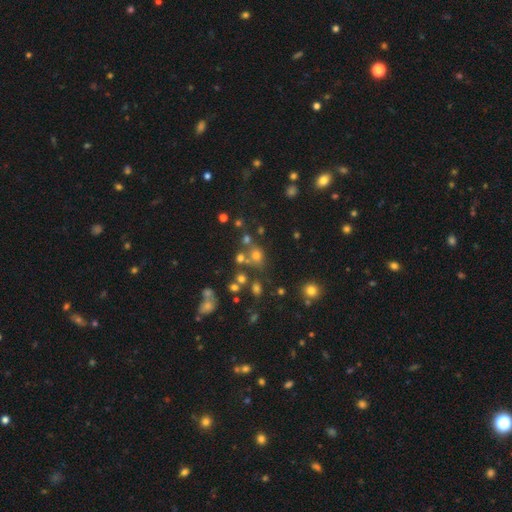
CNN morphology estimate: Q: Smooth or featured?
A: smooth (56%); runner-up: star or artifact (30%)
Q: How rounded?
A: round (78%); runner-up: in between (21%)
Q: Merging?
A: none (59%); runner-up: merger (24%)